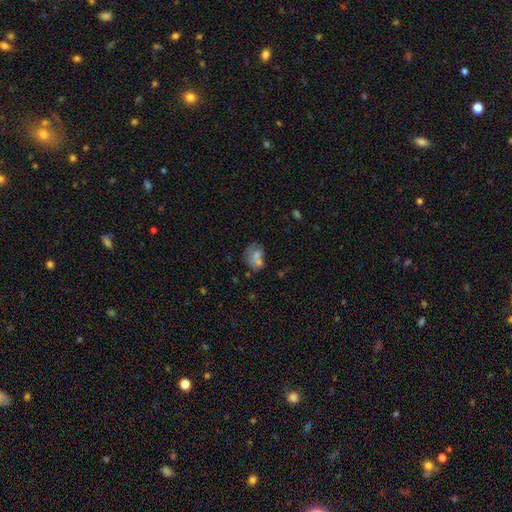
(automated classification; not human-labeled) This is possibly a smooth galaxy (57%). How rounded: possibly in between (59%). Merging: marginally none (40%).